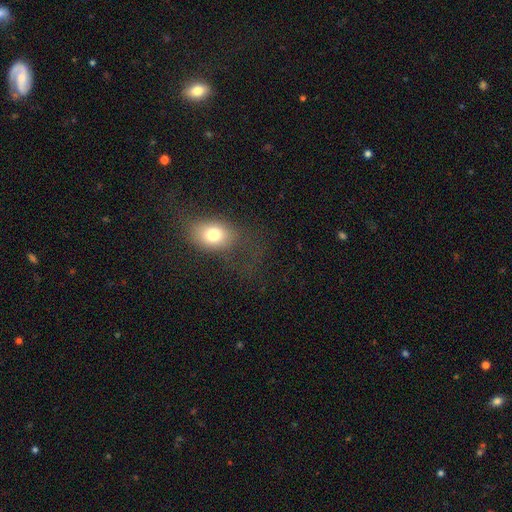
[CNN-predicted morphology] This is possibly a smooth galaxy (52%). How rounded: likely in between (63%). Merging: possibly none (50%).